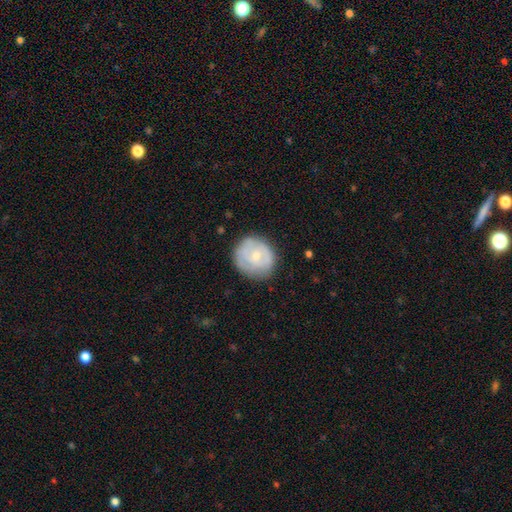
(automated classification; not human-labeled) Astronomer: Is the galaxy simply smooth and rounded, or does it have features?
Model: smooth — 50% (runner-up: featured or disk, 44%).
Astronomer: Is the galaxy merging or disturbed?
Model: none — 78%.